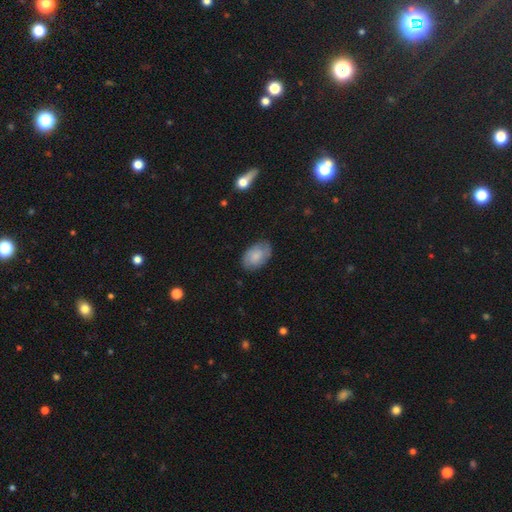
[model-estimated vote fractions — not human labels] This appears to be a smooth galaxy with no disk features (72%) that is in between round and cigar-shaped (91%). Merging: none (78%).